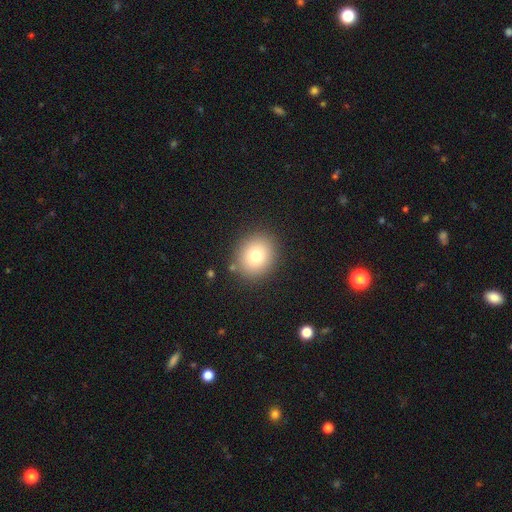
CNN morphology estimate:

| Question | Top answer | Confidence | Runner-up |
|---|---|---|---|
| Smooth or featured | smooth | 76% | star or artifact (12%) |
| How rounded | round | 77% | in between (22%) |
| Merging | none | 87% | minor disturbance (7%) |